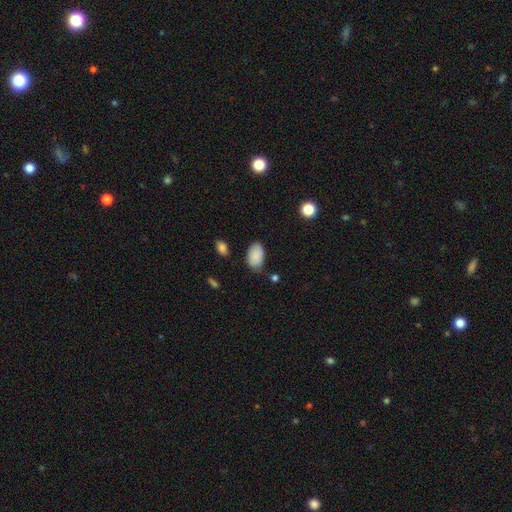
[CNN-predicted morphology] smooth 85%, star or artifact 7%, featured or disk 7%. Down the decision tree: how rounded — in between (92%); merging — none (69%).